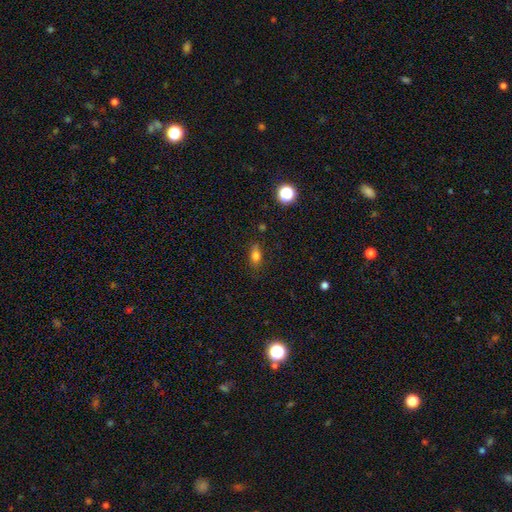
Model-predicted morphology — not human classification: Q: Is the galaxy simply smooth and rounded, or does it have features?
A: smooth — 78%.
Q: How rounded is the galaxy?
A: in between — 77%.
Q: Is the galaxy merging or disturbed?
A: none — 77%.